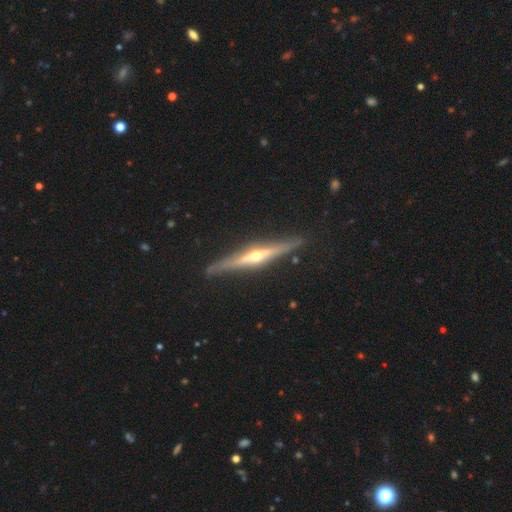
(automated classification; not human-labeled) featured or disk 82%, smooth 13%, star or artifact 6%. Down the decision tree: edge-on disk — yes (97%); edge-on bulge — rounded (91%); merging — none (89%).